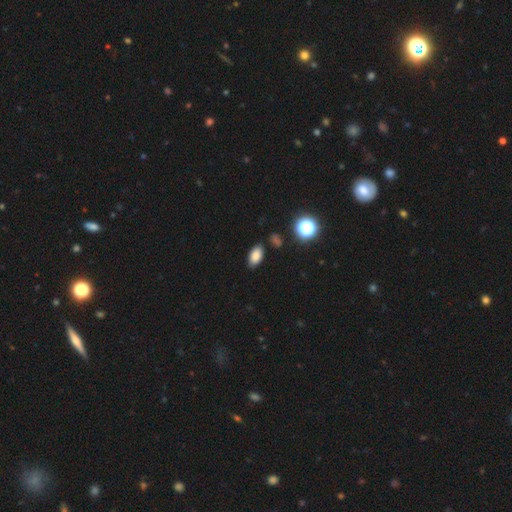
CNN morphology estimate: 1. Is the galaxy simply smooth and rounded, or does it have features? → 83% smooth, 12% star or artifact, 6% featured or disk.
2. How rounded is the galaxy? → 91% in between, 6% round, 2% cigar-shaped.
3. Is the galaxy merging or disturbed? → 86% none, 9% minor disturbance, 3% merger, 2% major disturbance.